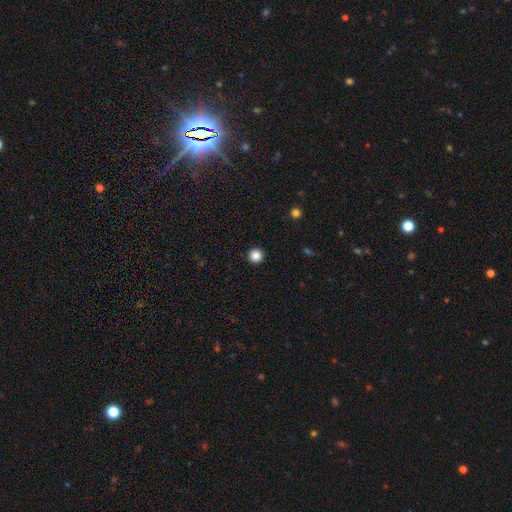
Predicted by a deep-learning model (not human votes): Morphology: type=smooth (86%); roundness=round (96%); merging=none (94%).